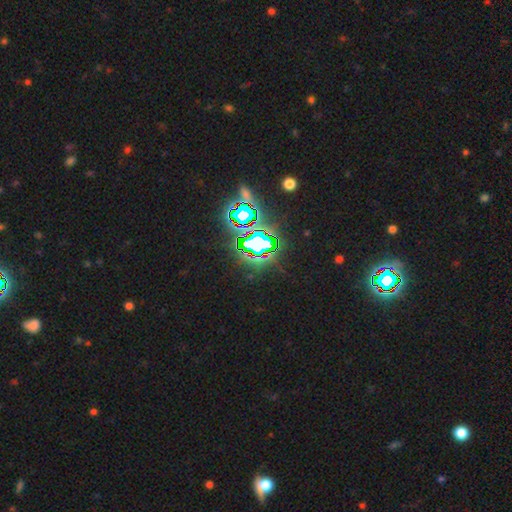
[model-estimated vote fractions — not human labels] Smooth or featured? Predicted: star or artifact (p=0.82).